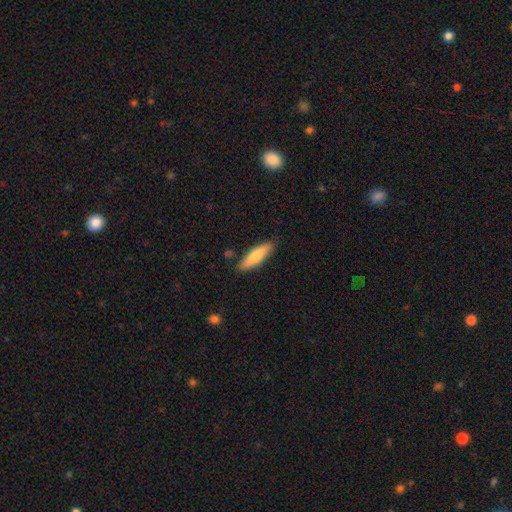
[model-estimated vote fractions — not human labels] The model was most divided on "how rounded": cigar-shaped: 59%, in between: 39%, round: 2%. More confident: merging — none (85%); smooth or featured — smooth (71%).